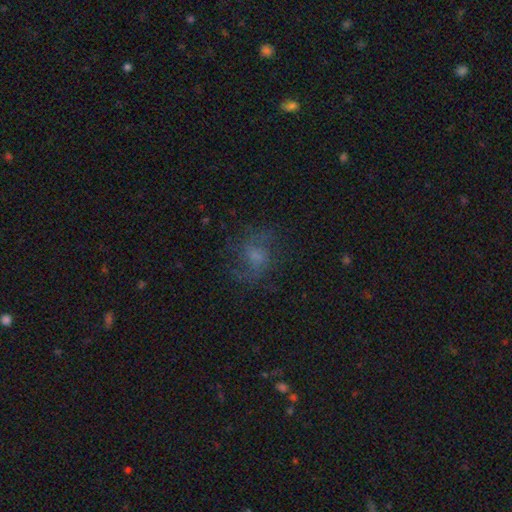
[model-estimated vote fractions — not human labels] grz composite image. It shows a featured or disk galaxy (48%). Merging: none (76%).